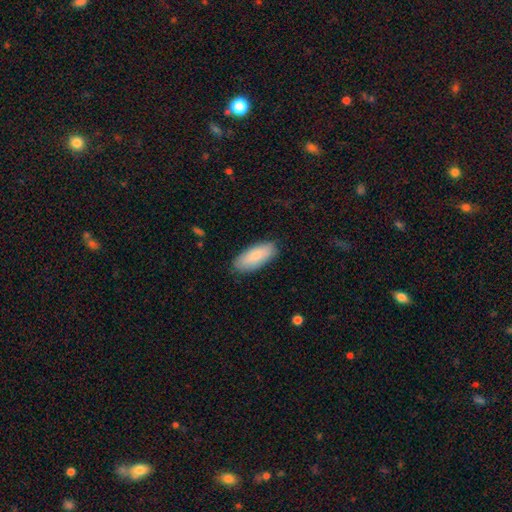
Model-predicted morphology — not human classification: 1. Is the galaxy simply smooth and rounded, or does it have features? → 83% smooth, 12% featured or disk, 6% star or artifact.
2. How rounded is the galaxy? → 82% in between, 16% cigar-shaped, 2% round.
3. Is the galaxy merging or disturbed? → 84% none, 12% minor disturbance, 2% major disturbance, 1% merger.